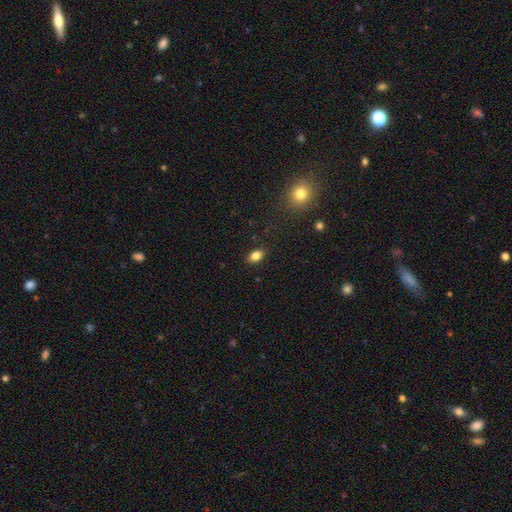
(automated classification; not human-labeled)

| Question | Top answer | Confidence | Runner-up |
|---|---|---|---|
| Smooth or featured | smooth | 82% | star or artifact (10%) |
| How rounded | in between | 85% | round (12%) |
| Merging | none | 87% | minor disturbance (10%) |